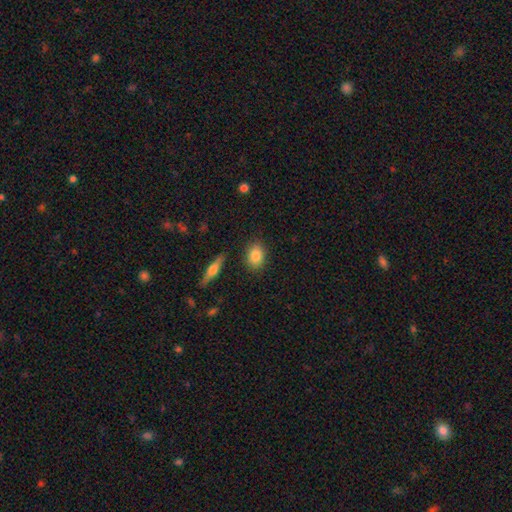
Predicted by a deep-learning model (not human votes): Overall: smooth (84%). How rounded: in between (70%). Merging: none (86%).